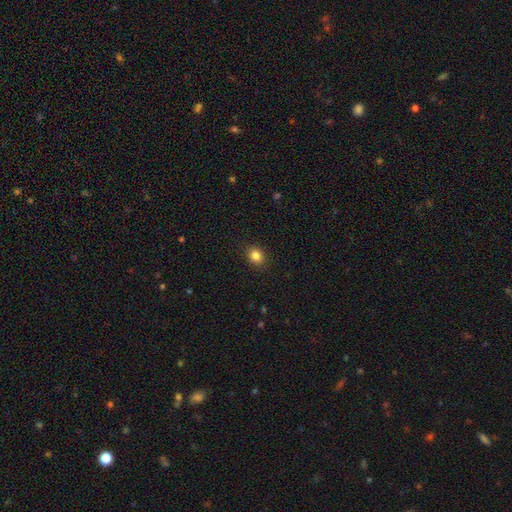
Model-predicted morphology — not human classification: A smooth galaxy with no disk features (85%) that is round (61%).

Vote fractions:
- Smooth or featured? smooth: 85% / star or artifact: 11% / featured or disk: 4%
- How rounded? round: 61% / in between: 38% / cigar-shaped: 1%
- Merging? none: 89% / minor disturbance: 8% / major disturbance: 2% / merger: 1%